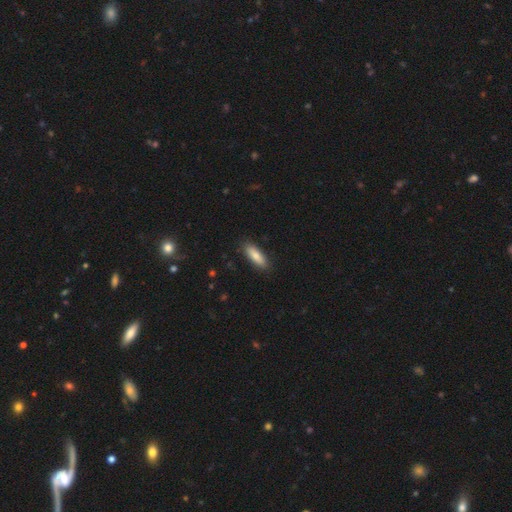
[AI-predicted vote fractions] This is clearly a smooth galaxy (81%). How rounded: possibly in between (59%). Merging: clearly none (87%).